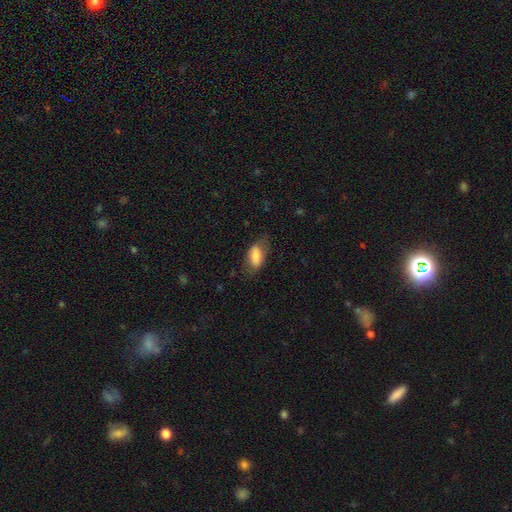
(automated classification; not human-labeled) A smooth galaxy with no disk features (78%) that is in between round and cigar-shaped (88%).

Vote fractions:
- Smooth or featured? smooth: 78% / featured or disk: 16% / star or artifact: 7%
- How rounded? in between: 88% / cigar-shaped: 7% / round: 4%
- Merging? none: 67% / minor disturbance: 23% / major disturbance: 9% / merger: 1%